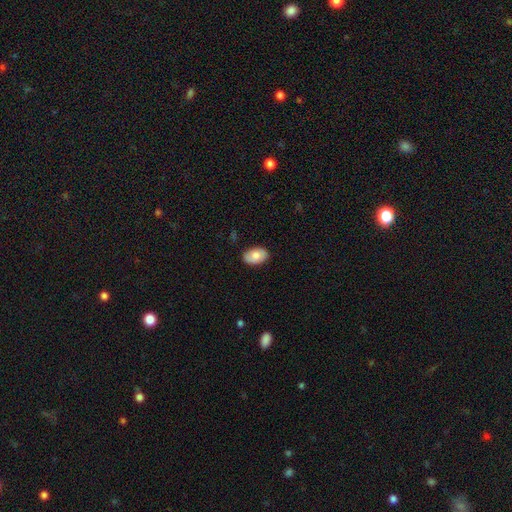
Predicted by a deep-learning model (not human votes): This appears to be a smooth galaxy with no disk features (75%) that is in between round and cigar-shaped (89%). Merging: none (83%).